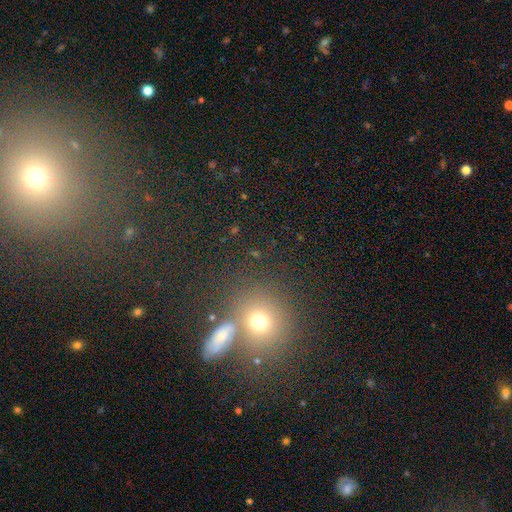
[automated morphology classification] smooth-or-featured: smooth: 54% | star or artifact: 32% | featured or disk: 13%
  how-rounded: round: 75% | in between: 22% | cigar-shaped: 3%
  merging: none: 60% | merger: 24% | minor disturbance: 9% | major disturbance: 6%